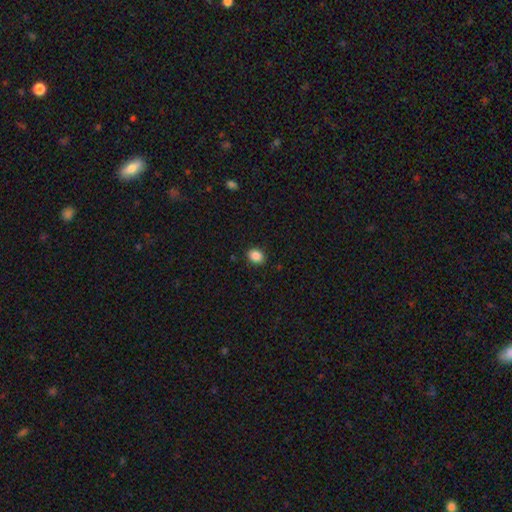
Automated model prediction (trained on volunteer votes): Smooth or featured?
  - smooth: 87% *
  - star or artifact: 10%
  - featured or disk: 3%
How rounded?
  - round: 54% *
  - in between: 46%
  - cigar-shaped: 1%
Merging?
  - none: 89% *
  - minor disturbance: 8%
  - major disturbance: 2%
  - merger: 1%